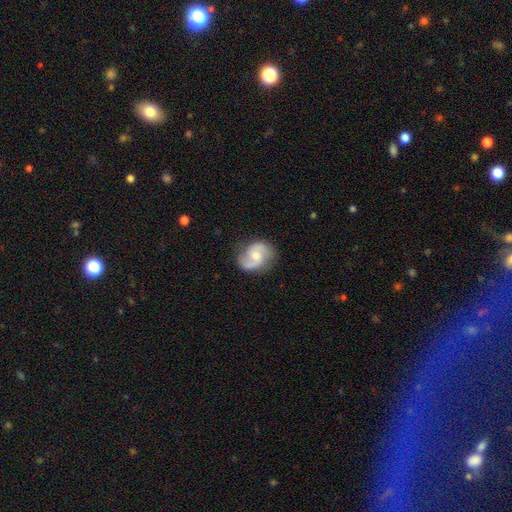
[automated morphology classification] Smooth or featured?
  - featured or disk: 79% *
  - smooth: 15%
  - star or artifact: 5%
Edge-on disk?
  - no: 98% *
  - yes: 2%
Bar?
  - no: 56% *
  - weak: 38%
  - strong: 6%
Spiral arms?
  - yes: 96% *
  - no: 4%
Spiral winding?
  - medium: 51% *
  - loose: 31%
  - tight: 18%
Spiral arm count?
  - 2: 90% *
  - can't tell: 4%
  - 1: 3%
  - 3: 1%
  - 4: 1%
  - more than 4: 1%
Bulge size?
  - moderate: 56% *
  - small: 37%
  - large: 3%
  - none: 2%
  - dominant: 1%
Merging?
  - none: 78% *
  - minor disturbance: 16%
  - major disturbance: 5%
  - merger: 1%